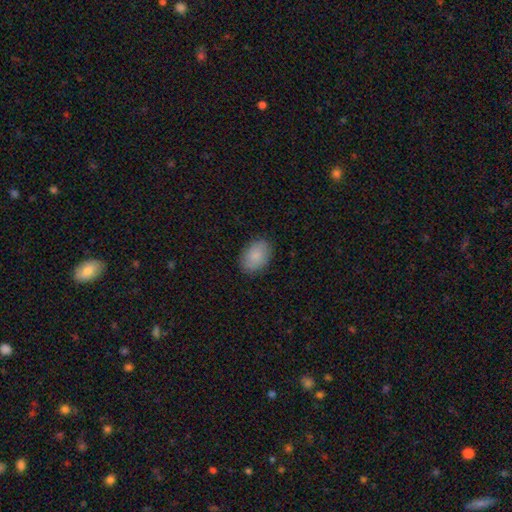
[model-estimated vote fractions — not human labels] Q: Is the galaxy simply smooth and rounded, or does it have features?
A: smooth — 86%.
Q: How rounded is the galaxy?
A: in between — 81%.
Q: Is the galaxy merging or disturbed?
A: none — 86%.